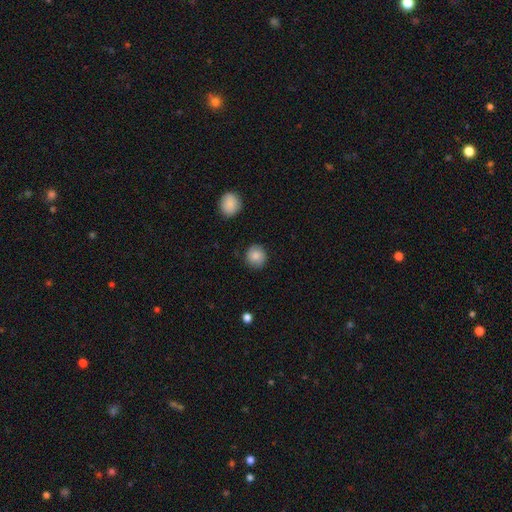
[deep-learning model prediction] Overall: smooth (86%). How rounded: round (90%). Merging: none (89%).